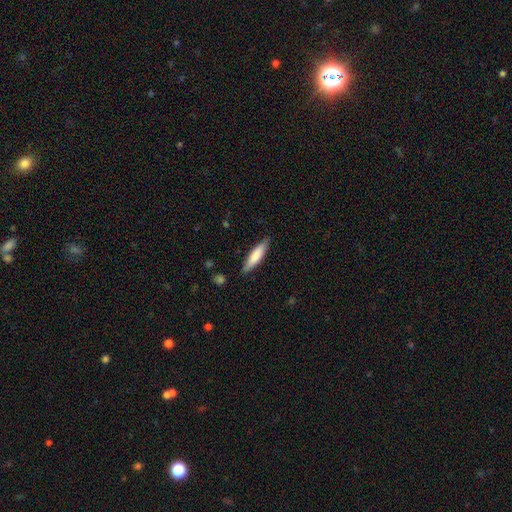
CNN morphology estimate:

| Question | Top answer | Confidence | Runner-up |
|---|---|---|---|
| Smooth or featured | smooth | 74% | featured or disk (20%) |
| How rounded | cigar-shaped | 75% | in between (24%) |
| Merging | none | 85% | minor disturbance (11%) |